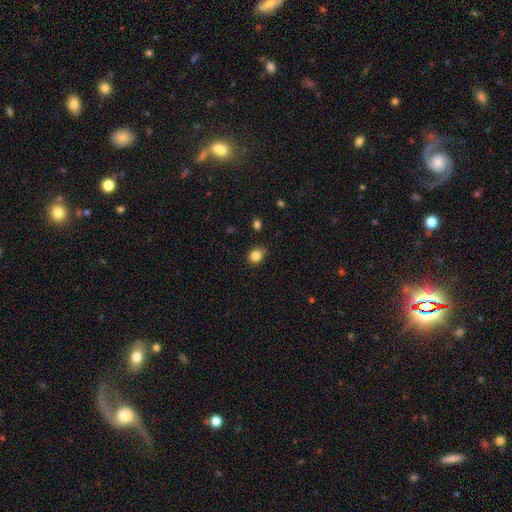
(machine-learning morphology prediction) Q: Smooth or featured?
A: smooth (84%); runner-up: star or artifact (11%)
Q: How rounded?
A: round (68%); runner-up: in between (32%)
Q: Merging?
A: none (75%); runner-up: minor disturbance (20%)